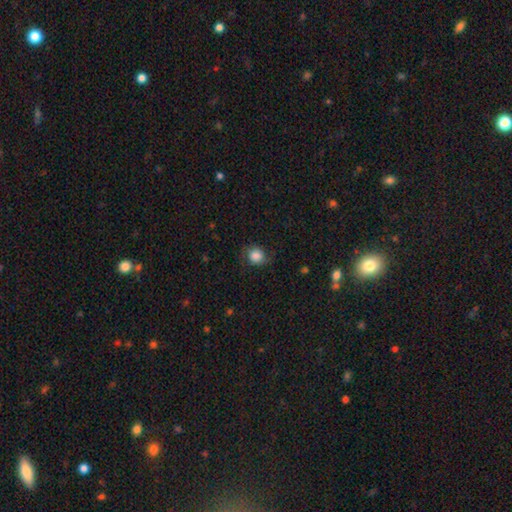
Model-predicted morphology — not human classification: smooth_or_featured: smooth (p=0.79) [alt: featured or disk p=0.12]
how_rounded: round (p=0.80) [alt: in between p=0.20]
merging: none (p=0.72) [alt: minor disturbance p=0.19]